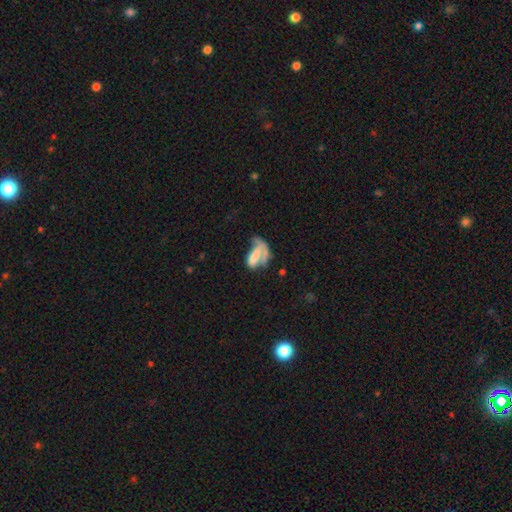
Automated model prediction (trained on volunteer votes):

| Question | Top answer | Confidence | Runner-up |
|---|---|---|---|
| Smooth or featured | smooth | 55% | featured or disk (34%) |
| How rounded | in between | 76% | cigar-shaped (16%) |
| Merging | major disturbance | 35% | none (24%) |